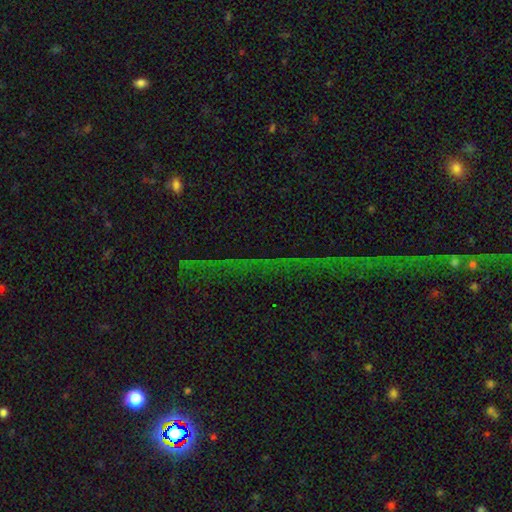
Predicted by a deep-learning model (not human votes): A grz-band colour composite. It shows a star or artifact, not a galaxy (78%).